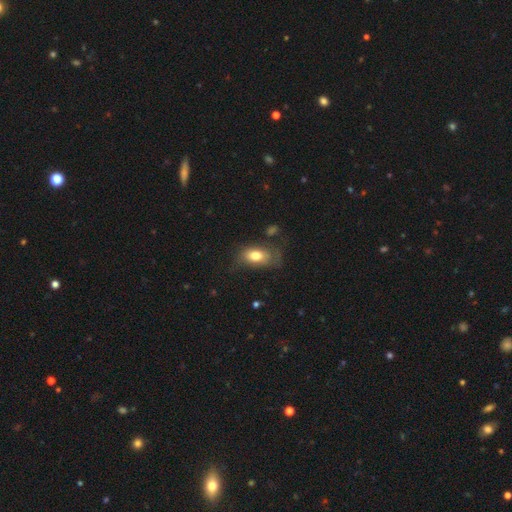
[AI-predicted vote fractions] Smooth or featured? smooth (75%)
How rounded? in between (86%)
Merging? none (55%)